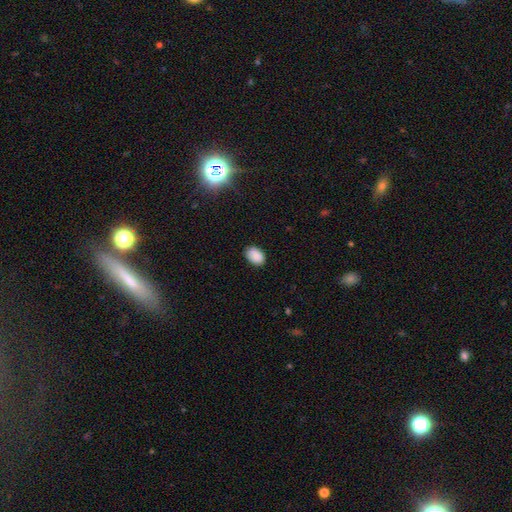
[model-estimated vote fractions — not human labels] Overall: smooth (88%). How rounded: in between (84%). Merging: none (83%).